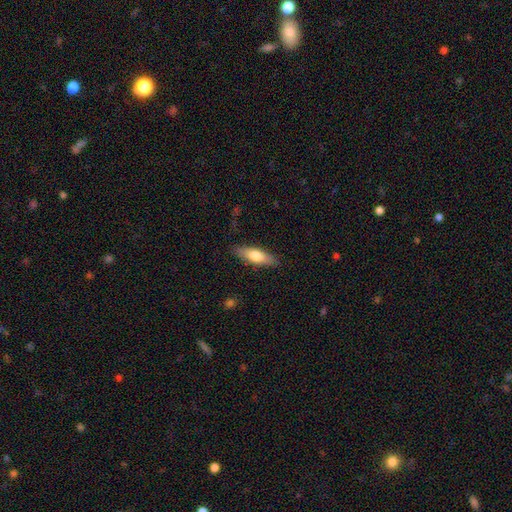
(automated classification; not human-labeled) Smooth or featured? Predicted: smooth (p=0.70). How rounded? Predicted: in between (p=0.50). Merging? Predicted: none (p=0.86).